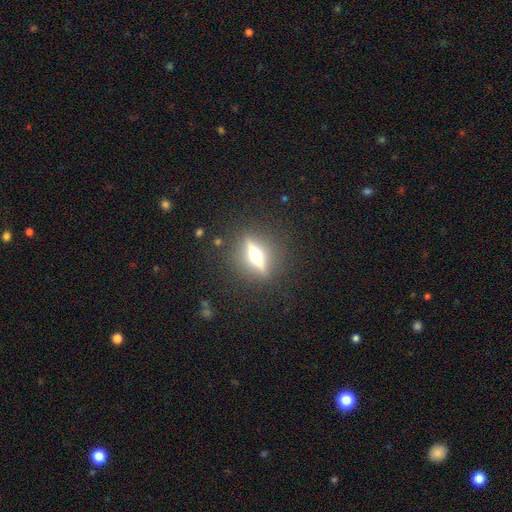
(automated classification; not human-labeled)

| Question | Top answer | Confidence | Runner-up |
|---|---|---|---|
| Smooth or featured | featured or disk | 74% | smooth (17%) |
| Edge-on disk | yes | 91% | no (9%) |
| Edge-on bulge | rounded | 91% | boxy (6%) |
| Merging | none | 86% | minor disturbance (8%) |